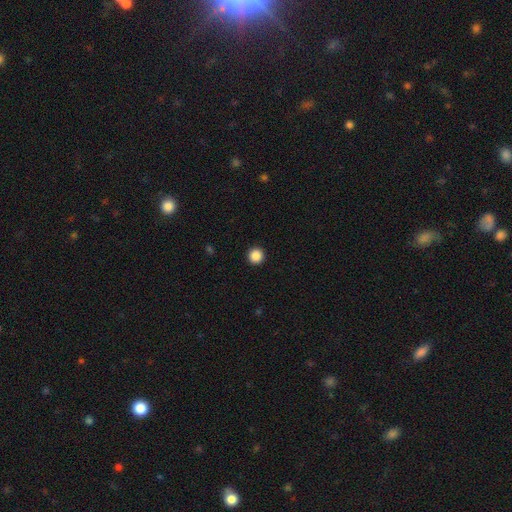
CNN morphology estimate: smooth_or_featured: smooth (p=0.88) [alt: star or artifact p=0.10]
how_rounded: round (p=0.96) [alt: in between p=0.03]
merging: none (p=0.94) [alt: minor disturbance p=0.04]